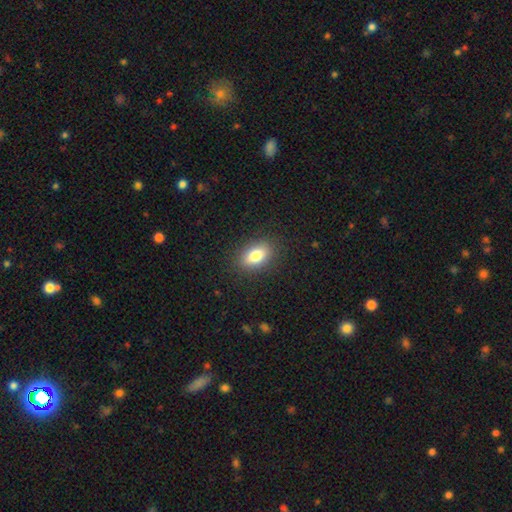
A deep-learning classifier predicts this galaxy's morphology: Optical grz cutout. It shows a smooth galaxy with no disk features (82%) that is in between round and cigar-shaped (87%). Merging: none (87%).